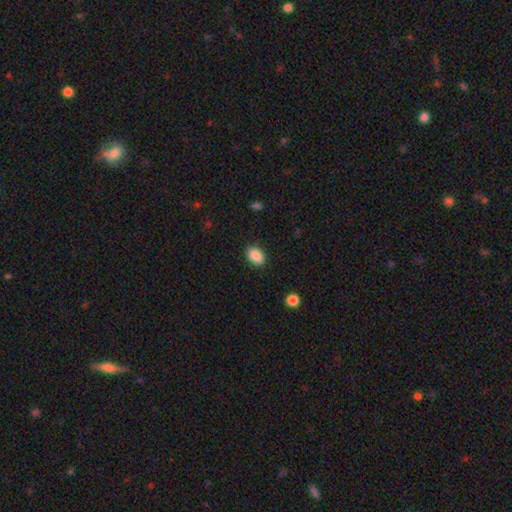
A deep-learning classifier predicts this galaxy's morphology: Smooth or featured: smooth — 88% (star or artifact — 8%)
How rounded: in between — 87% (round — 12%)
Merging: none — 88% (minor disturbance — 9%)